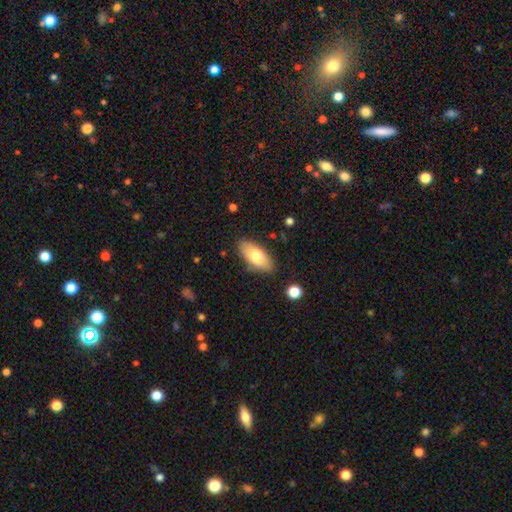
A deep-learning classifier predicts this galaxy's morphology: Smooth or featured? Predicted: smooth (p=0.74). How rounded? Predicted: in between (p=0.87). Merging? Predicted: none (p=0.85).